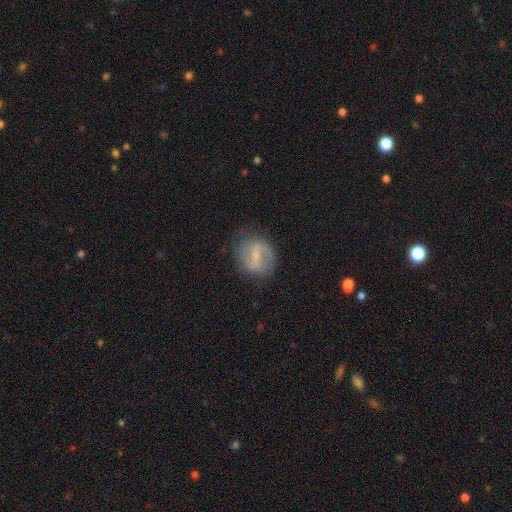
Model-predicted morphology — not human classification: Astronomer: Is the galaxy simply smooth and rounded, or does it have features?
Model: featured or disk — 67%.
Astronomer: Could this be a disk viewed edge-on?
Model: no — 96%.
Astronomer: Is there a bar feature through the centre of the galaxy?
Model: weak — 44% (runner-up: strong, 43%).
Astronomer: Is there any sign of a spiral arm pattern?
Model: yes — 78%.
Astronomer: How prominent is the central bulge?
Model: small — 59%.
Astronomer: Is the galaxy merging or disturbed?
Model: none — 73%.